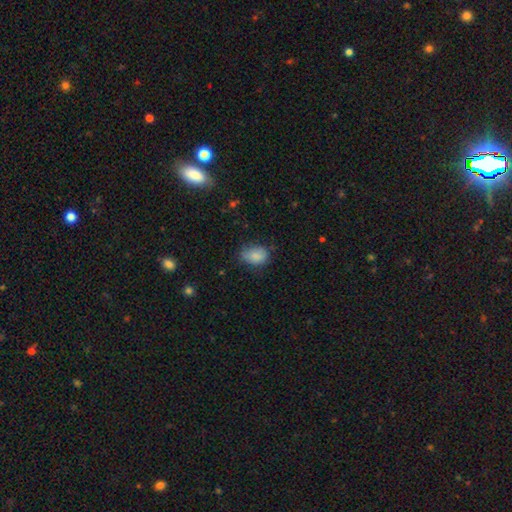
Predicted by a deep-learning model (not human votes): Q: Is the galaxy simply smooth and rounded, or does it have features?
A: smooth — 85%.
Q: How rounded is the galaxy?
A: in between — 76%.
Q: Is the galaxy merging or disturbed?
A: none — 63%.